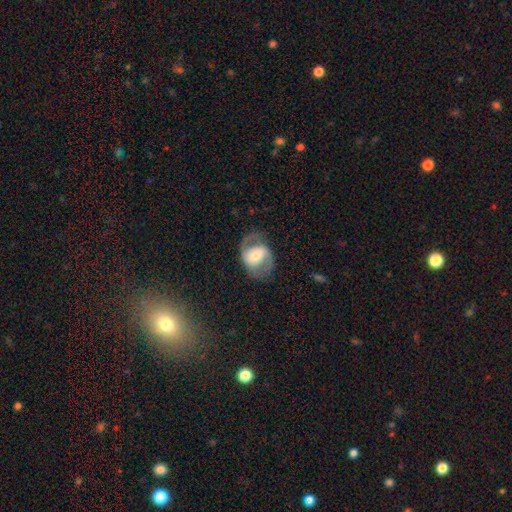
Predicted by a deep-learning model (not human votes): A featured or disk galaxy (69%) with a weak bar (38%), 2 (84%) medium (51%) spiral arms (80%) and a moderate central bulge (51%). Merging: none (64%).